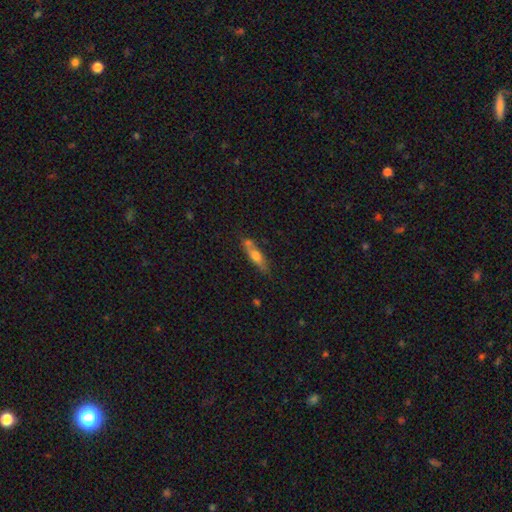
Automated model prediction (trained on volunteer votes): smooth_or_featured: smooth (p=0.58) [alt: featured or disk p=0.35]
how_rounded: cigar-shaped (p=0.65) [alt: in between p=0.32]
merging: none (p=0.62) [alt: minor disturbance p=0.19]